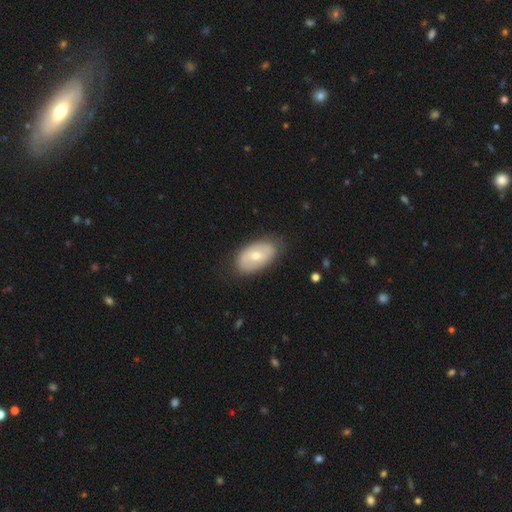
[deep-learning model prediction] Overall: featured or disk (49%; smooth 46%). Merging: none (80%).